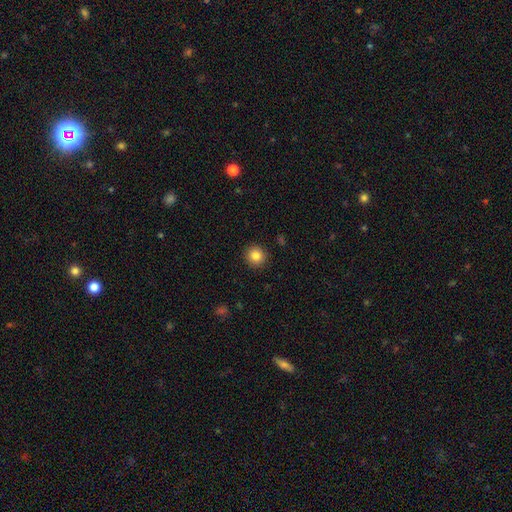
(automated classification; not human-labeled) Smooth or featured? smooth (84%)
How rounded? round (94%)
Merging? none (92%)